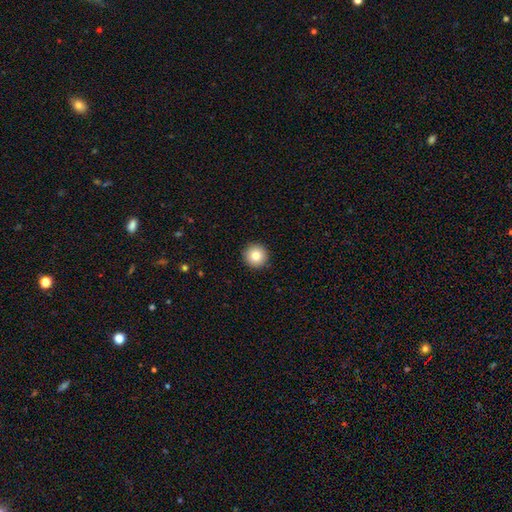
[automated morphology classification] smooth 81%, star or artifact 10%, featured or disk 9%. Down the decision tree: how rounded — round (96%); merging — none (93%).